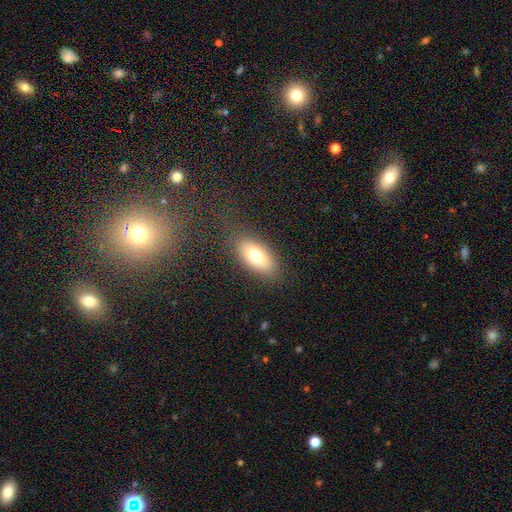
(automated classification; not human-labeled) Smooth or featured?
  - smooth: 72% *
  - featured or disk: 20%
  - star or artifact: 8%
How rounded?
  - in between: 88% *
  - cigar-shaped: 8%
  - round: 4%
Merging?
  - none: 83% *
  - minor disturbance: 11%
  - major disturbance: 4%
  - merger: 2%